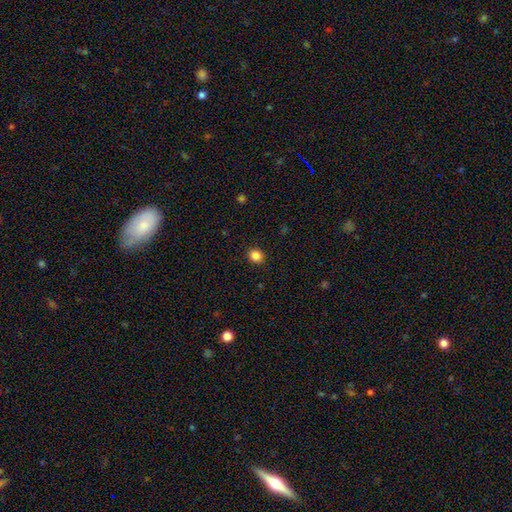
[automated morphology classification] The model was most divided on "how rounded": round: 79%, in between: 20%, cigar-shaped: 1%. More confident: merging — none (92%); smooth or featured — smooth (85%).